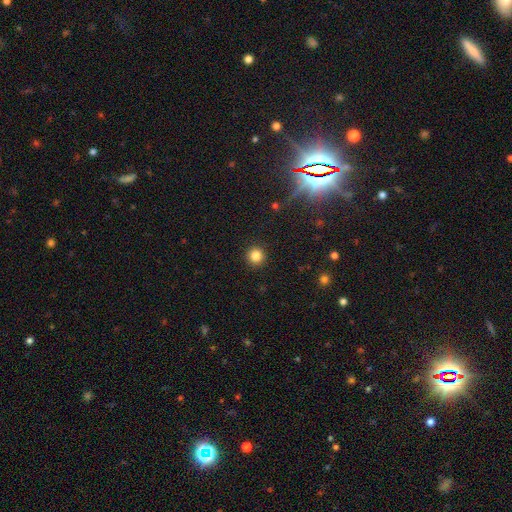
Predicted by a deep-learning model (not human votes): Overall: smooth (83%). How rounded: round (95%). Merging: none (93%).